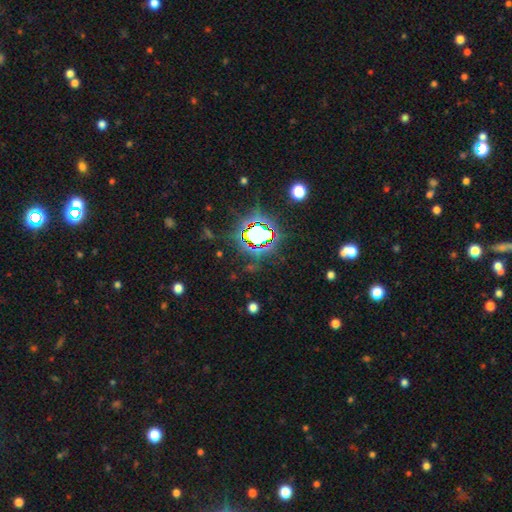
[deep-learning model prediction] The model was most divided on "smooth or featured": star or artifact: 82%, smooth: 10%, featured or disk: 8%.